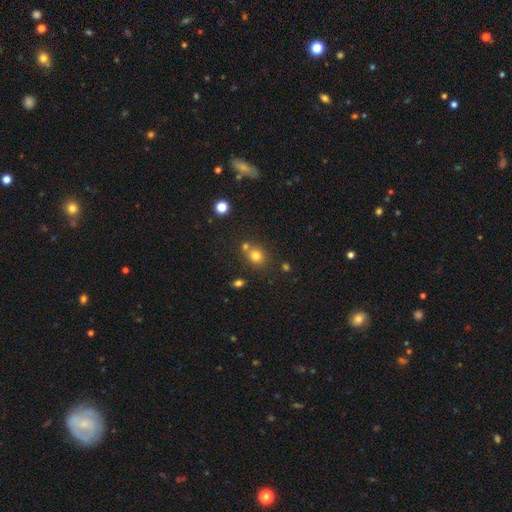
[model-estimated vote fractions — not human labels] Morphology: type=smooth (76%); roundness=round (75%); merging=none (63%).